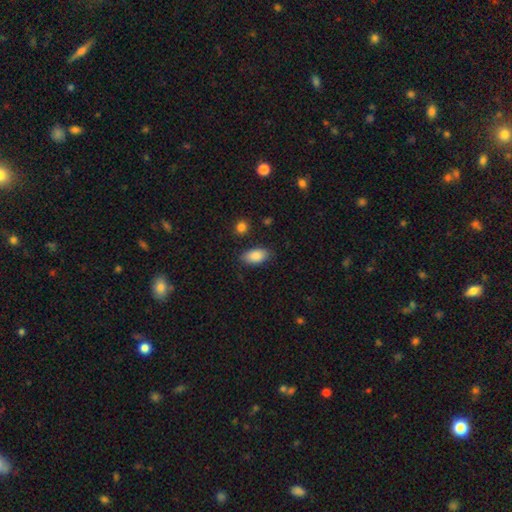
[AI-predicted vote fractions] A smooth galaxy with no disk features (88%) that is in between round and cigar-shaped (92%). Merging: none (83%).